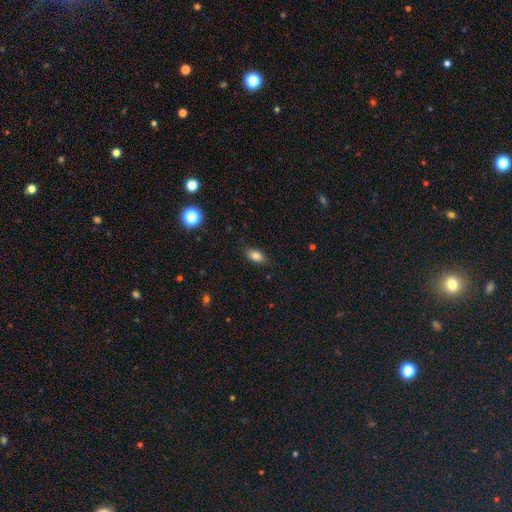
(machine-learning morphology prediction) A smooth galaxy with no disk features (84%) that is in between round and cigar-shaped (88%).

Vote fractions:
- Smooth or featured? smooth: 84% / star or artifact: 10% / featured or disk: 7%
- How rounded? in between: 88% / round: 7% / cigar-shaped: 6%
- Merging? none: 84% / minor disturbance: 12% / major disturbance: 3% / merger: 1%